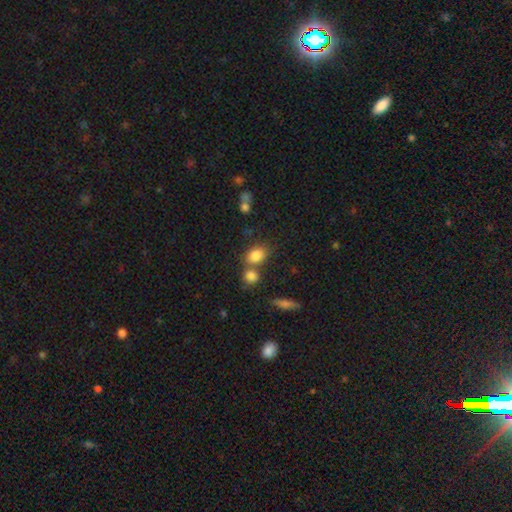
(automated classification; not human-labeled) A smooth galaxy with no disk features (83%) that is in between round and cigar-shaped (74%).

Vote fractions:
- Smooth or featured? smooth: 83% / star or artifact: 10% / featured or disk: 8%
- How rounded? in between: 74% / round: 24% / cigar-shaped: 2%
- Merging? none: 51% / merger: 33% / minor disturbance: 12% / major disturbance: 5%